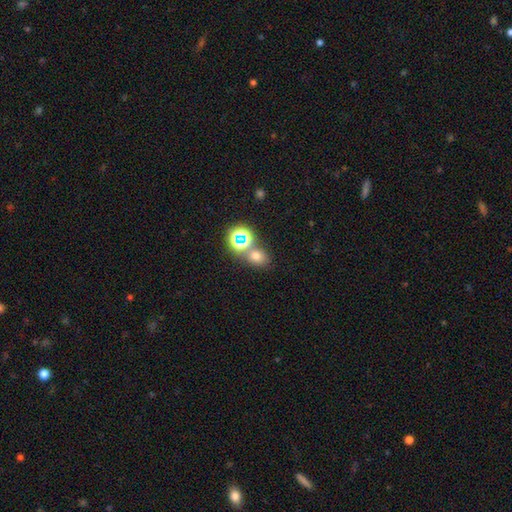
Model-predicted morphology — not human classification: Smooth or featured: smooth — 64% (star or artifact — 28%)
How rounded: round — 55% (in between — 44%)
Merging: none — 65% (merger — 21%)